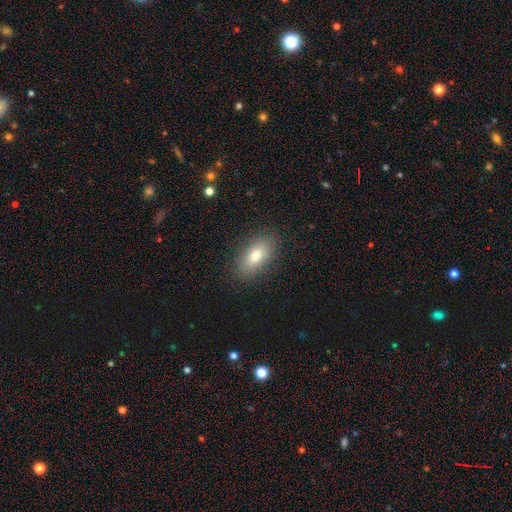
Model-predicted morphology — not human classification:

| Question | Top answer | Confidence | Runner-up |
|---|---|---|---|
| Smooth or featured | smooth | 78% | featured or disk (13%) |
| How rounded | in between | 88% | cigar-shaped (7%) |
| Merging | none | 87% | minor disturbance (9%) |